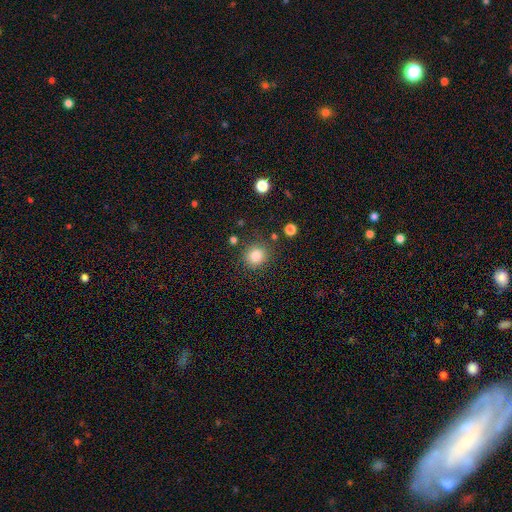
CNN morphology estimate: Smooth or featured? smooth (84%)
How rounded? round (86%)
Merging? none (83%)